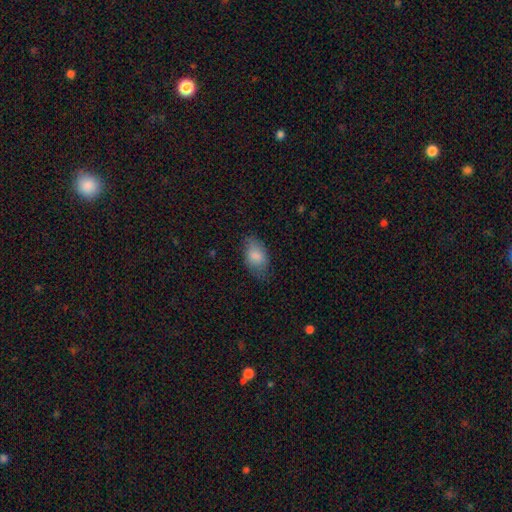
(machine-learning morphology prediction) Smooth or featured? Predicted: smooth (p=0.83). How rounded? Predicted: in between (p=0.91). Merging? Predicted: none (p=0.69).